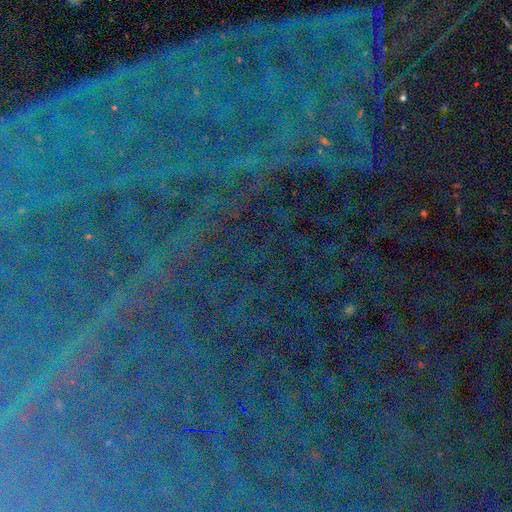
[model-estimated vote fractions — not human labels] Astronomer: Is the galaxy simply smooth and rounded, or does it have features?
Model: star or artifact — 86%.